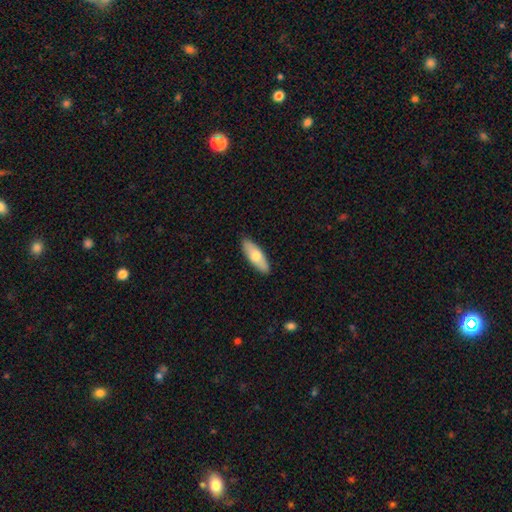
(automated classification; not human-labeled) A smooth galaxy with no disk features (67%) that is in between round and cigar-shaped (62%). Merging: none (89%).